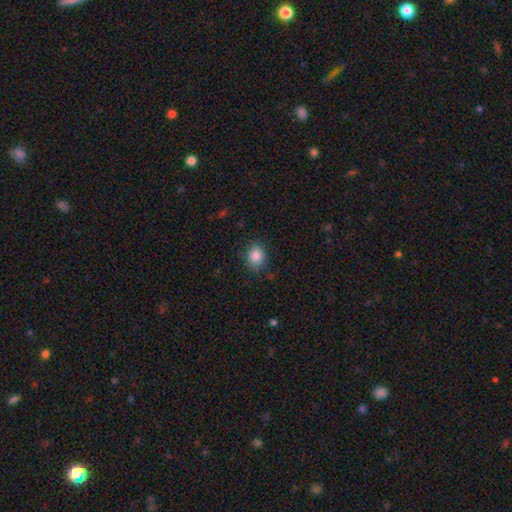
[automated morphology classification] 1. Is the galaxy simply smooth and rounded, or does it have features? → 86% smooth, 9% star or artifact, 5% featured or disk.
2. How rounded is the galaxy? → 56% round, 43% in between, 1% cigar-shaped.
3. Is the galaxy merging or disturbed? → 81% none, 14% minor disturbance, 3% major disturbance, 1% merger.